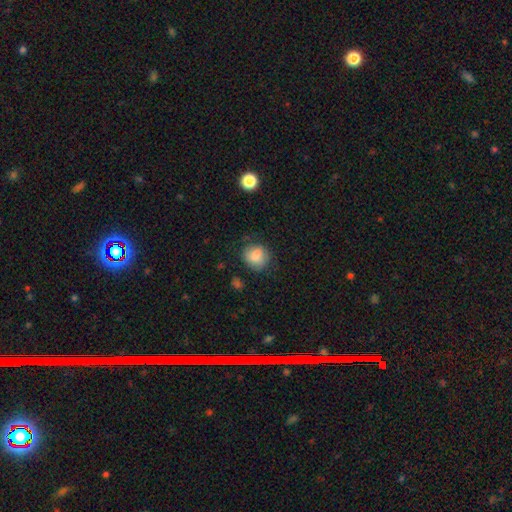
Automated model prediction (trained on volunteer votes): Smooth or featured?
  - smooth: 83% *
  - featured or disk: 9%
  - star or artifact: 8%
How rounded?
  - round: 79% *
  - in between: 20%
  - cigar-shaped: 1%
Merging?
  - none: 73% *
  - minor disturbance: 19%
  - major disturbance: 6%
  - merger: 2%